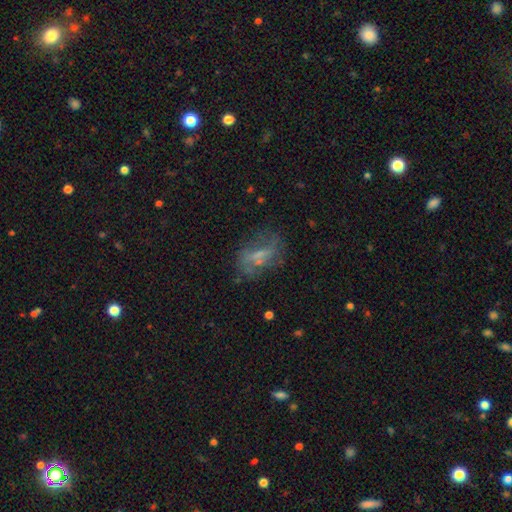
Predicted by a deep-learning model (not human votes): The model was most divided on "smooth or featured": featured or disk: 48%, smooth: 36%, star or artifact: 16%. More confident: merging — none (56%).